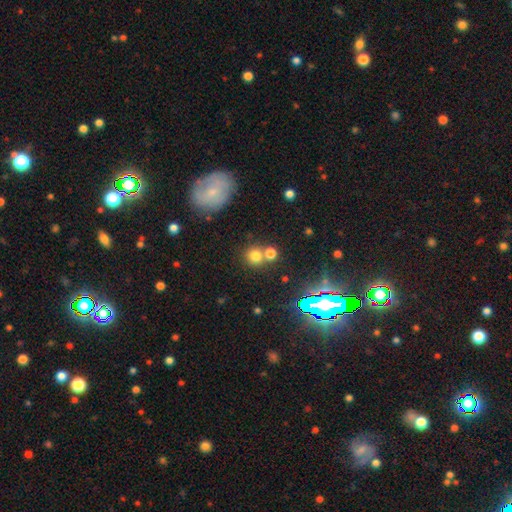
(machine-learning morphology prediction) Smooth or featured: smooth — 72% (star or artifact — 19%)
How rounded: round — 87% (in between — 12%)
Merging: none — 61% (merger — 28%)